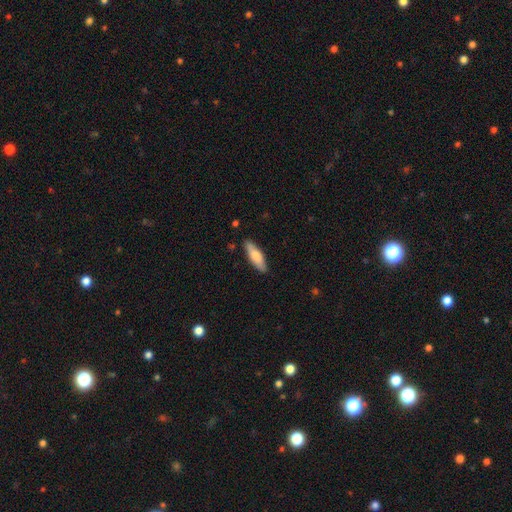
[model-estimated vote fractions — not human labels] The model was most divided on "how rounded": cigar-shaped: 53%, in between: 46%, round: 2%. More confident: merging — none (85%); smooth or featured — smooth (74%).